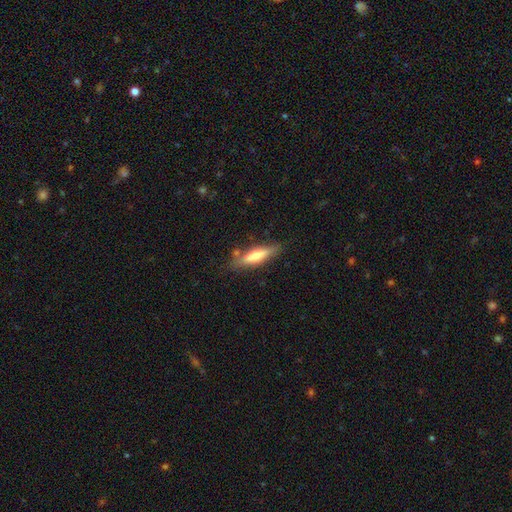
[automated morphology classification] Smooth or featured: smooth — 54% (featured or disk — 40%)
How rounded: cigar-shaped — 71% (in between — 27%)
Merging: none — 78% (minor disturbance — 14%)